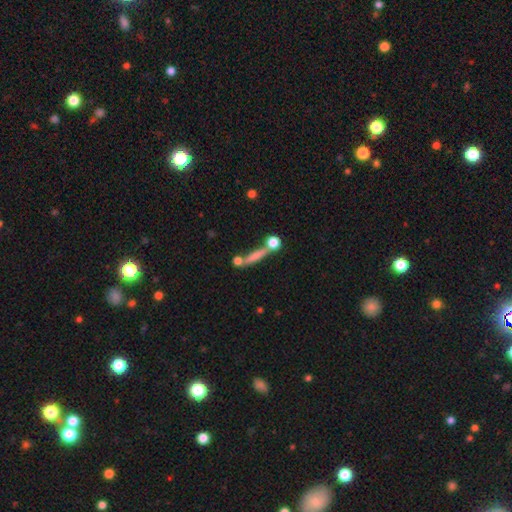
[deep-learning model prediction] smooth 60%, featured or disk 29%, star or artifact 11%. Down the decision tree: how rounded — cigar-shaped (78%); merging — none (61%).